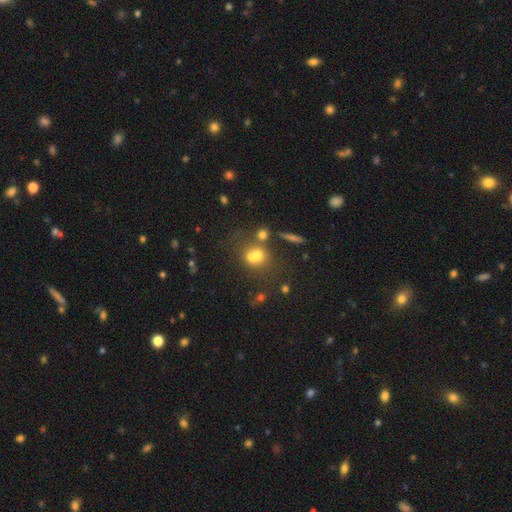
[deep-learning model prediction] Overall: smooth (60%; featured or disk 22%). How rounded: round (70%). Merging: merger (50%; none 35%).